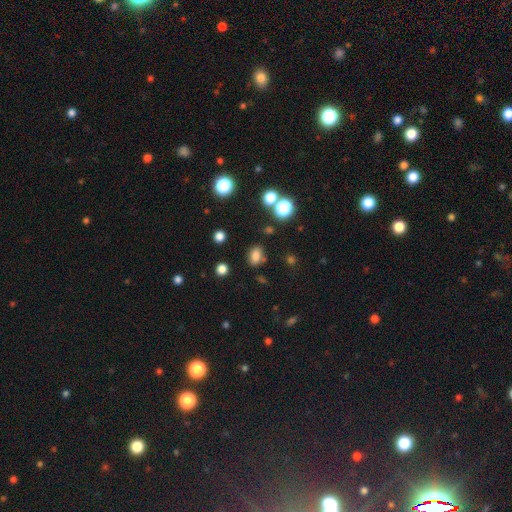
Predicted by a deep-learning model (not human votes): Smooth or featured? smooth (77%)
How rounded? in between (73%)
Merging? none (75%)